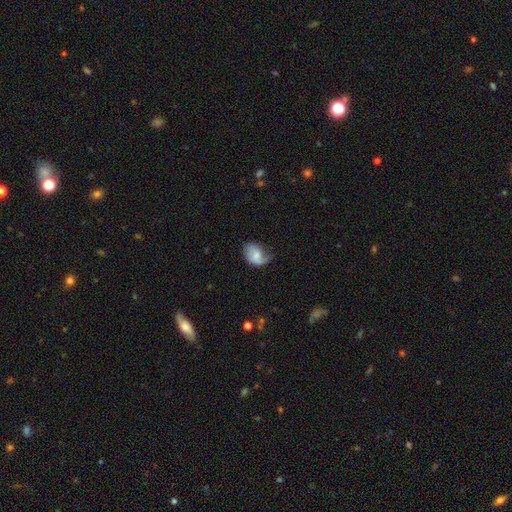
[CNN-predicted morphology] type=smooth (49%); merging=minor disturbance (35%).